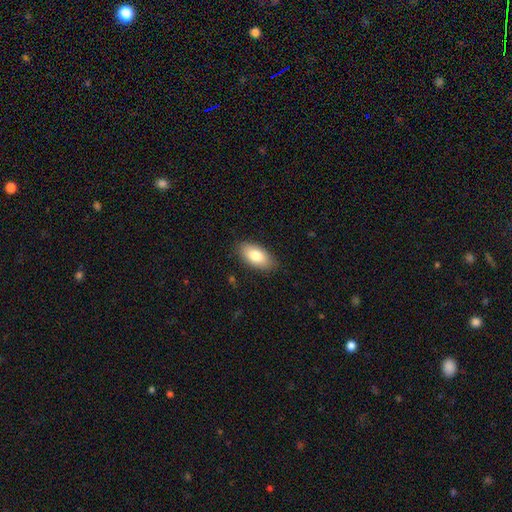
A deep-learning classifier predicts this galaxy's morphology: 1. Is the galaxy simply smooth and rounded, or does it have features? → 81% smooth, 13% featured or disk, 7% star or artifact.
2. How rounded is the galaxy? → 92% in between, 5% cigar-shaped, 3% round.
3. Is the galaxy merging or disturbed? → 86% none, 11% minor disturbance, 2% major disturbance, 1% merger.